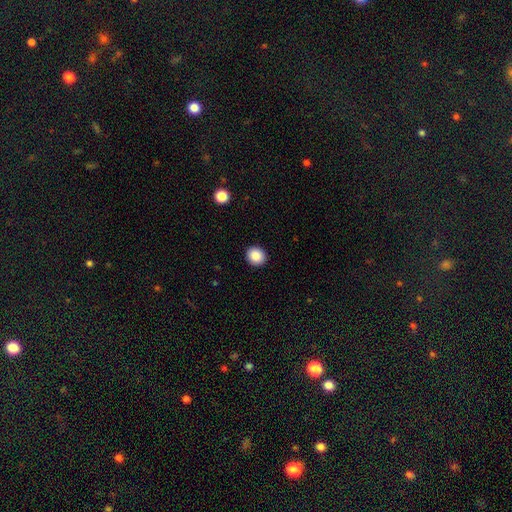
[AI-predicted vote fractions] Smooth or featured? Predicted: smooth (p=0.88). How rounded? Predicted: round (p=0.80). Merging? Predicted: none (p=0.92).